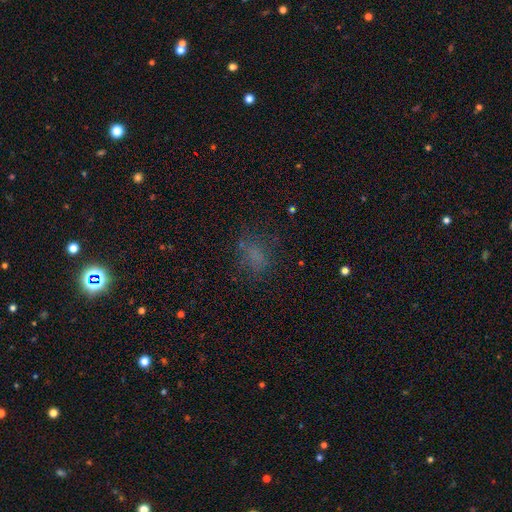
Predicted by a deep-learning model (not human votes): This appears to be a smooth galaxy with no disk features (62%) that is in between round and cigar-shaped (70%). Merging: none (62%).